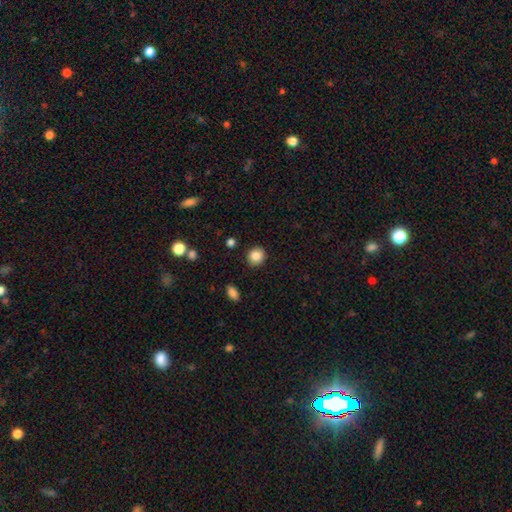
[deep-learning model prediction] smooth-or-featured: smooth: 86% | star or artifact: 9% | featured or disk: 5%
  how-rounded: round: 84% | in between: 15% | cigar-shaped: 1%
  merging: none: 90% | minor disturbance: 6% | major disturbance: 2% | merger: 1%